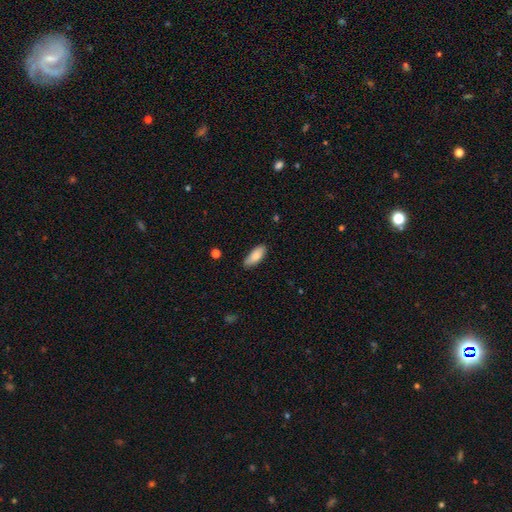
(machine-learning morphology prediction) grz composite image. It shows a smooth galaxy with no disk features (86%) that is in between round and cigar-shaped (79%). Merging: none (78%).